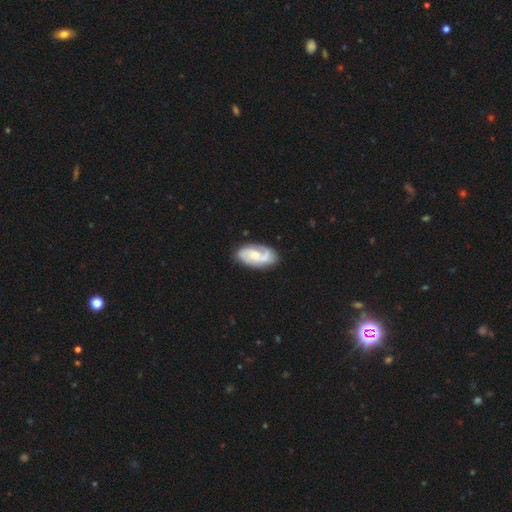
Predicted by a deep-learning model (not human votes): Smooth or featured? Predicted: featured or disk (p=0.75). Edge-on disk? Predicted: no (p=0.96). Bar? Predicted: no (p=0.59). Spiral arms? Predicted: yes (p=0.93). Spiral winding? Predicted: medium (p=0.44). Spiral arm count? Predicted: 2 (p=0.71). Bulge size? Predicted: moderate (p=0.52). Merging? Predicted: none (p=0.73).